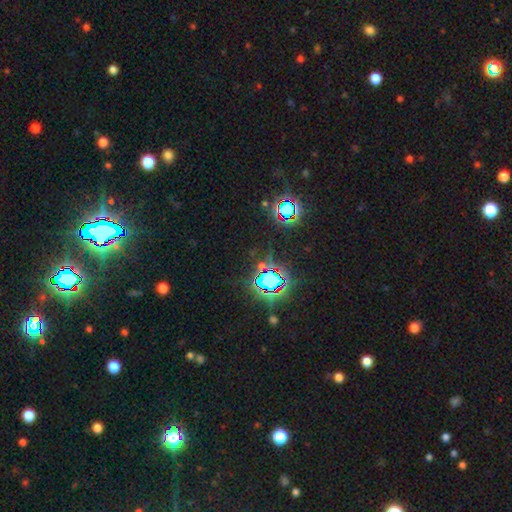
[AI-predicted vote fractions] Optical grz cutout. It shows a star or artifact, not a galaxy (83%).